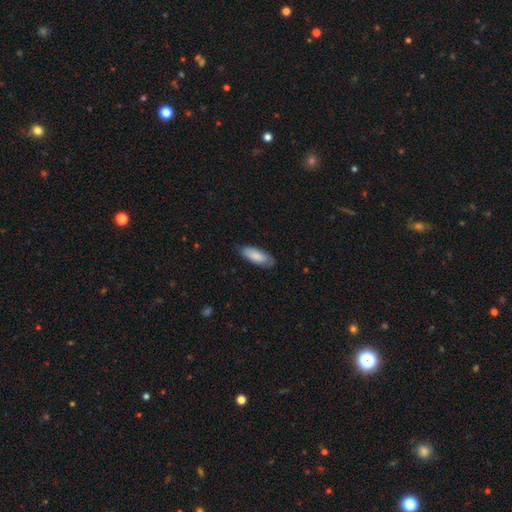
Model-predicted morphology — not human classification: Smooth or featured? smooth (82%)
How rounded? in between (75%)
Merging? none (76%)